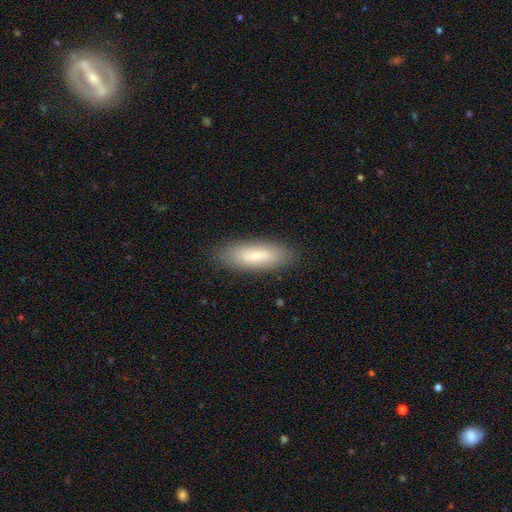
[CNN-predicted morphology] This is likely a smooth galaxy (64%). How rounded: possibly in between (59%). Merging: clearly none (85%).